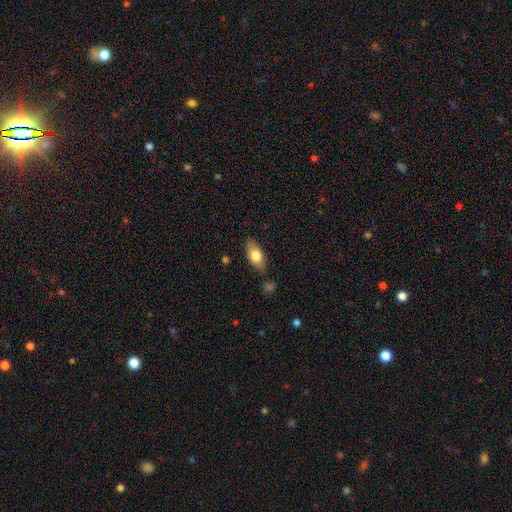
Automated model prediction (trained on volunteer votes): This is likely a smooth galaxy (75%). How rounded: clearly in between (86%). Merging: likely none (79%).